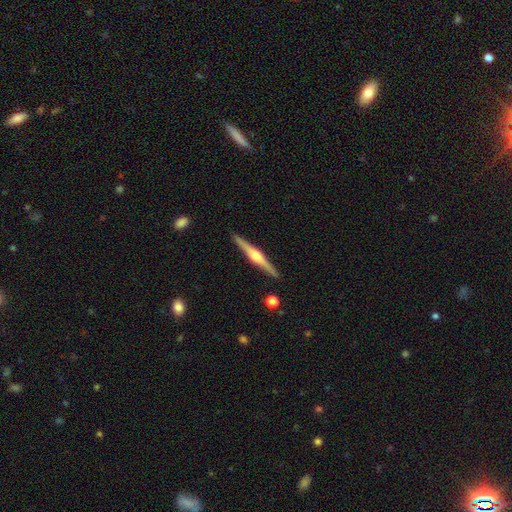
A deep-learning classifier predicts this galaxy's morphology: This appears to be a featured or disk galaxy (81%) viewed edge-on (99%) with a rounded central bulge (93%). Merging: none (92%).